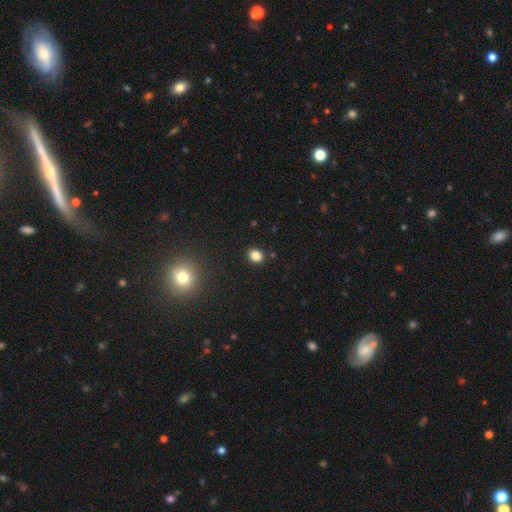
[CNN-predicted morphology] This appears to be a smooth galaxy with no disk features (84%) that is round (52%). Merging: none (89%).